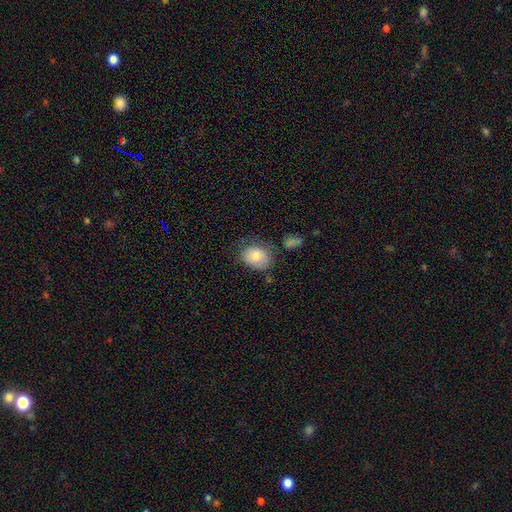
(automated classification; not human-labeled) Smooth or featured: smooth — 81% (featured or disk — 11%)
How rounded: in between — 54% (round — 45%)
Merging: none — 61% (minor disturbance — 26%)